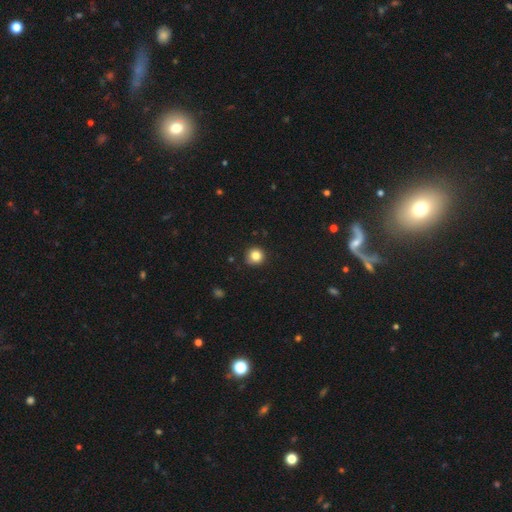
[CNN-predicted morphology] smooth 83%, star or artifact 11%, featured or disk 6%. Down the decision tree: how rounded — round (93%); merging — none (87%).